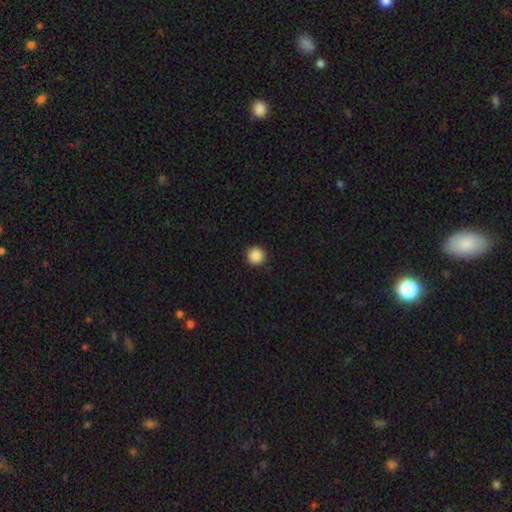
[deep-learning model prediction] A smooth galaxy with no disk features (89%) that is round (96%). Merging: none (93%).